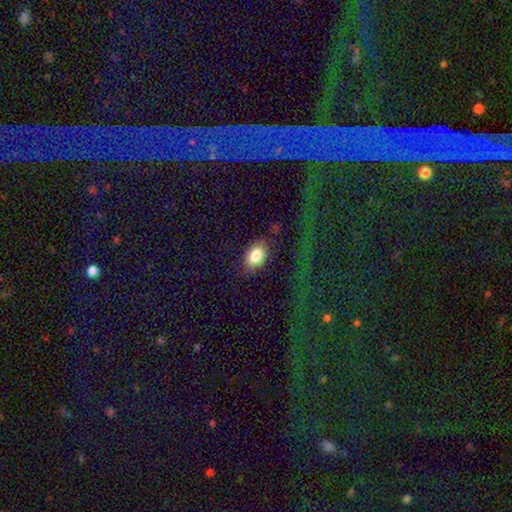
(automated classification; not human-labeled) Smooth or featured? smooth (83%)
How rounded? in between (88%)
Merging? none (80%)